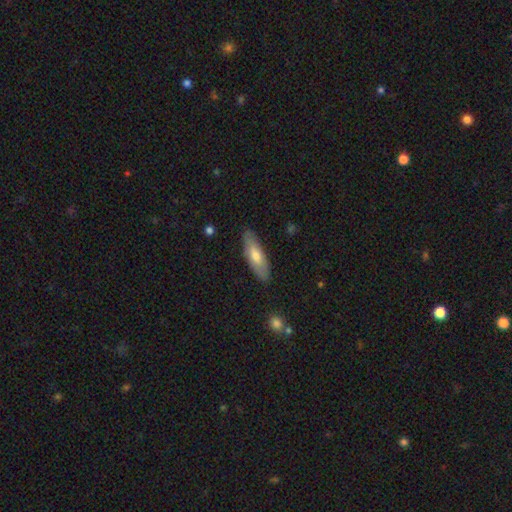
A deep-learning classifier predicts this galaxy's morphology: Q: Smooth or featured?
A: smooth (64%); runner-up: featured or disk (31%)
Q: How rounded?
A: in between (55%); runner-up: cigar-shaped (43%)
Q: Merging?
A: none (86%); runner-up: minor disturbance (10%)